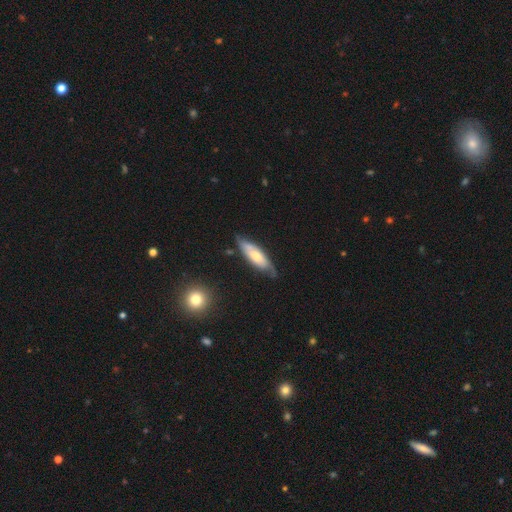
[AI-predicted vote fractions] Overall: featured or disk (51%; smooth 43%). Edge-on disk: no (59%; yes 41%). Merging: none (65%; minor disturbance 27%).